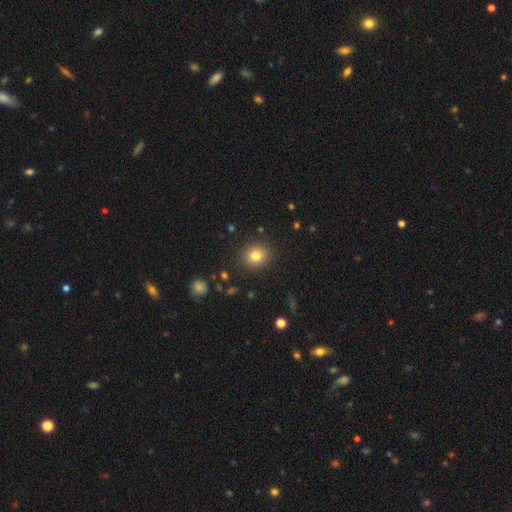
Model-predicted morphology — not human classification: smooth_or_featured: smooth (p=0.80) [alt: star or artifact p=0.12]
how_rounded: round (p=0.81) [alt: in between p=0.18]
merging: none (p=0.89) [alt: minor disturbance p=0.07]